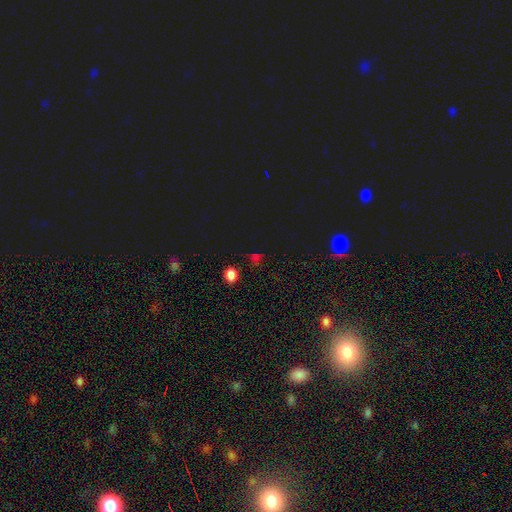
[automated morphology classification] Smooth or featured: star or artifact — 57% (smooth — 37%)